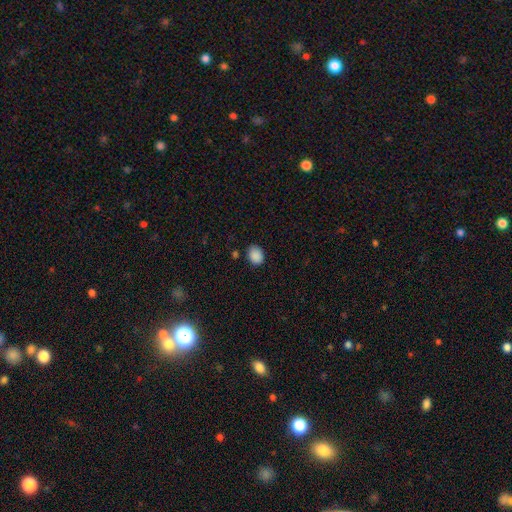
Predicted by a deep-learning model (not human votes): Smooth or featured? Predicted: smooth (p=0.88). How rounded? Predicted: in between (p=0.57). Merging? Predicted: none (p=0.82).